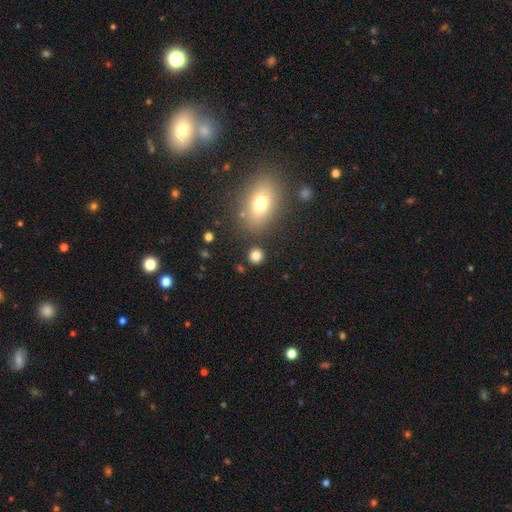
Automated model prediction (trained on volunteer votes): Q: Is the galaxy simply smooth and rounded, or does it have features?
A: smooth — 82%.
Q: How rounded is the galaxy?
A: round — 86%.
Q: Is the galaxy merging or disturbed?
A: none — 86%.